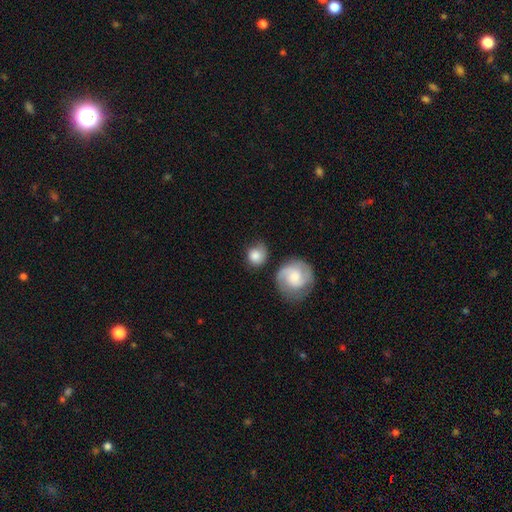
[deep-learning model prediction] This is likely a smooth galaxy (77%). How rounded: clearly round (81%). Merging: possibly none (60%).